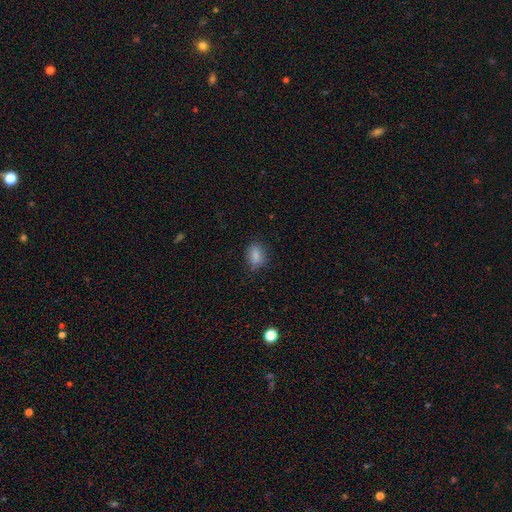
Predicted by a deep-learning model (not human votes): Smooth or featured: smooth — 82% (star or artifact — 10%)
How rounded: in between — 77% (round — 16%)
Merging: none — 77% (minor disturbance — 17%)